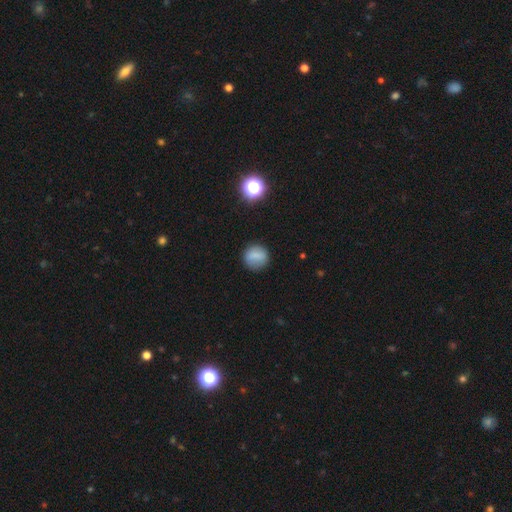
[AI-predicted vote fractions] smooth_or_featured: smooth (p=0.77) [alt: star or artifact p=0.12]
how_rounded: round (p=0.82) [alt: in between p=0.17]
merging: none (p=0.82) [alt: minor disturbance p=0.12]